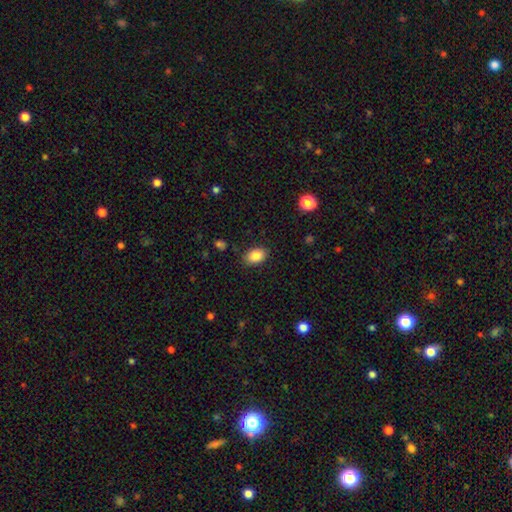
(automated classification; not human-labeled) smooth 86%, star or artifact 8%, featured or disk 6%. Down the decision tree: how rounded — in between (86%); merging — none (86%).